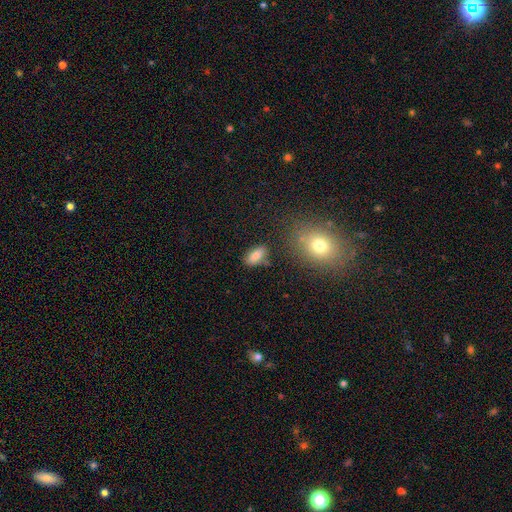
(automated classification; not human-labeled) A smooth galaxy with no disk features (80%) that is in between round and cigar-shaped (86%). Merging: none (76%).